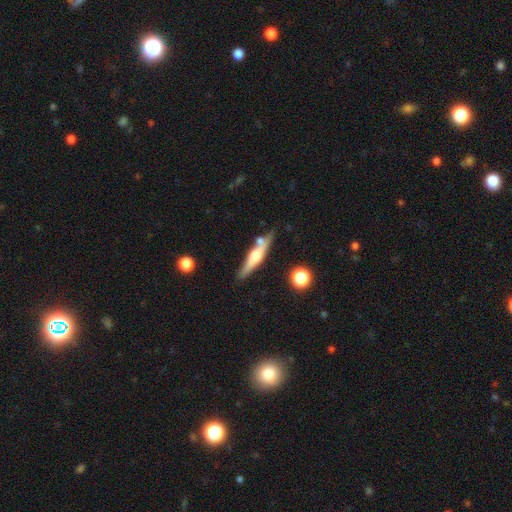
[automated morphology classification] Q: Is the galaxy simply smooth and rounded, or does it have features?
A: featured or disk — 57%.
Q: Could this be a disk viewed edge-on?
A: yes — 94%.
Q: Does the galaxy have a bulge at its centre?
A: rounded — 89%.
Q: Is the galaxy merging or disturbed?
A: none — 72%.